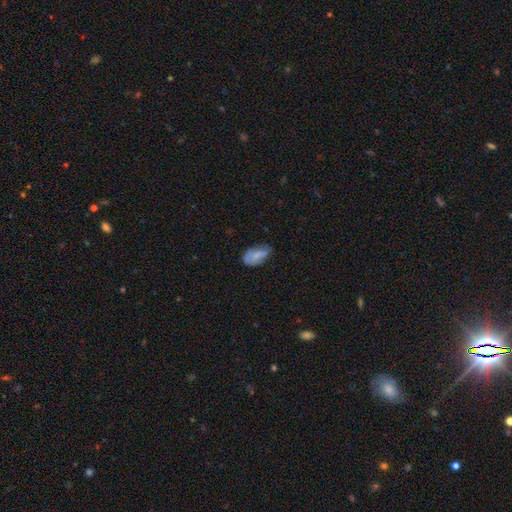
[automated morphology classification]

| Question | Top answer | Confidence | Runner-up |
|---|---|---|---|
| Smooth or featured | smooth | 66% | featured or disk (25%) |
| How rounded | in between | 91% | round (5%) |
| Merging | none | 46% | minor disturbance (36%) |